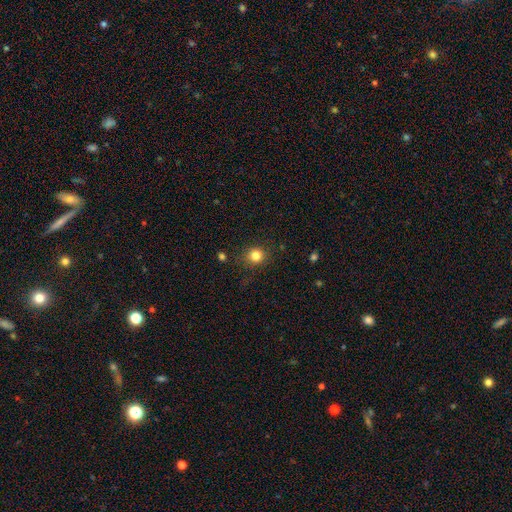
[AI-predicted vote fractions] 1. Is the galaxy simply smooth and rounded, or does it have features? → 82% smooth, 12% star or artifact, 6% featured or disk.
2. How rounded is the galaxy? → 85% round, 14% in between, 1% cigar-shaped.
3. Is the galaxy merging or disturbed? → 84% none, 11% minor disturbance, 4% major disturbance, 2% merger.